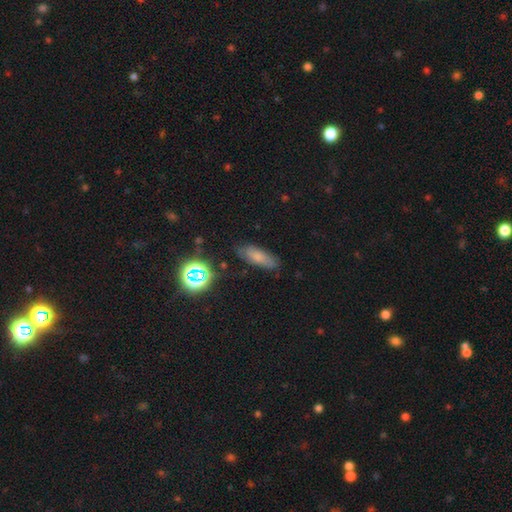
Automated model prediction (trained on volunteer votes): Overall: smooth (58%; star or artifact 23%). How rounded: in between (63%; cigar-shaped 31%). Merging: none (78%).